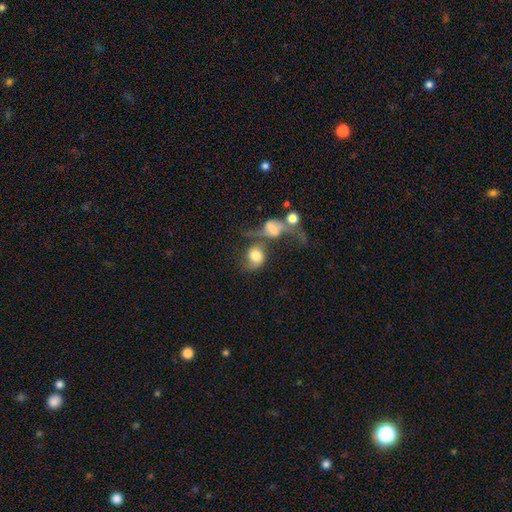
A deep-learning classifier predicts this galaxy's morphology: A smooth galaxy with no disk features (61%) that is round (63%). Merging: merger (48%).